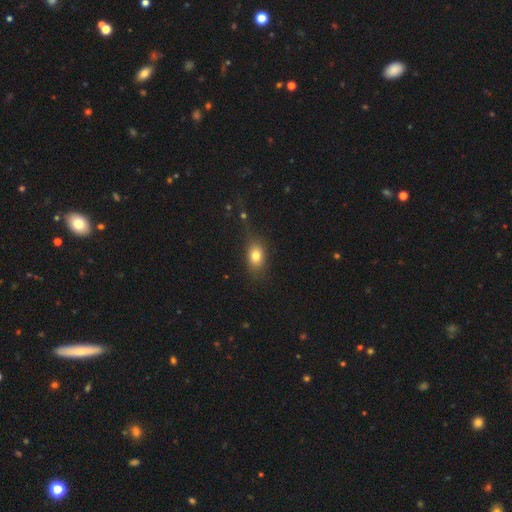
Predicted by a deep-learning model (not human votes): Smooth or featured? smooth (79%)
How rounded? in between (75%)
Merging? none (67%)